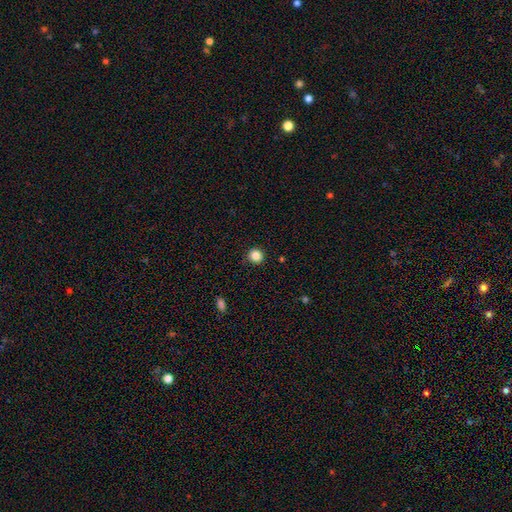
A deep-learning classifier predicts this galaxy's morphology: Smooth or featured?
  - smooth: 85% *
  - star or artifact: 11%
  - featured or disk: 3%
How rounded?
  - round: 94% *
  - in between: 5%
  - cigar-shaped: 1%
Merging?
  - none: 92% *
  - minor disturbance: 5%
  - major disturbance: 2%
  - merger: 1%